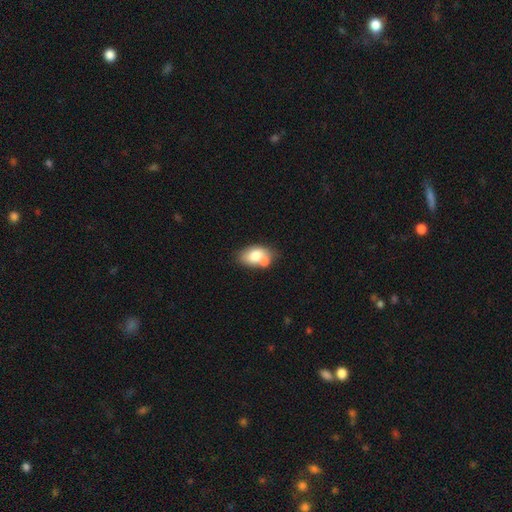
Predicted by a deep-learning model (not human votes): This is likely a smooth galaxy (72%). How rounded: clearly in between (87%). Merging: marginally none (40%, tied with merger).